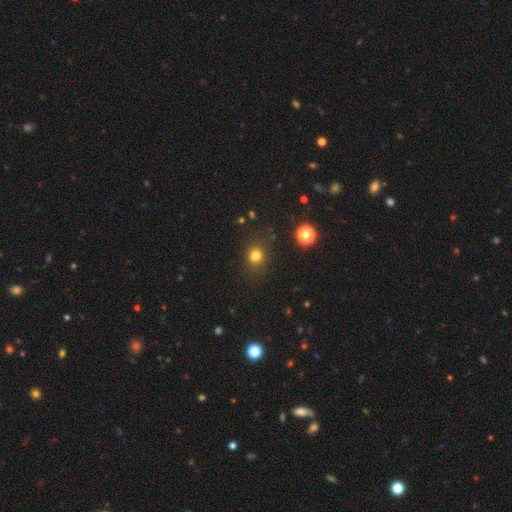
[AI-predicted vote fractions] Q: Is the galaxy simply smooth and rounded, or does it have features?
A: smooth — 76%.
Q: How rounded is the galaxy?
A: round — 68%.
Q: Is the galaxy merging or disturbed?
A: none — 76%.